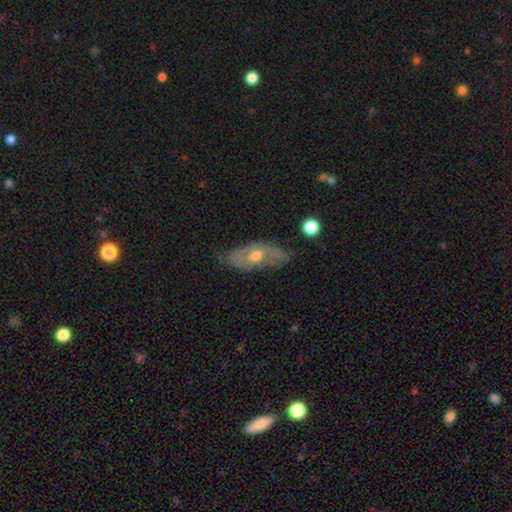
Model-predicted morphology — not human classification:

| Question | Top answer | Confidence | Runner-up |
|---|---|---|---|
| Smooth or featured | featured or disk | 67% | smooth (23%) |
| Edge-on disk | no | 78% | yes (22%) |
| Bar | no | 74% | weak (20%) |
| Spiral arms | yes | 63% | no (37%) |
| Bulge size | moderate | 69% | small (26%) |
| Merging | none | 82% | minor disturbance (14%) |